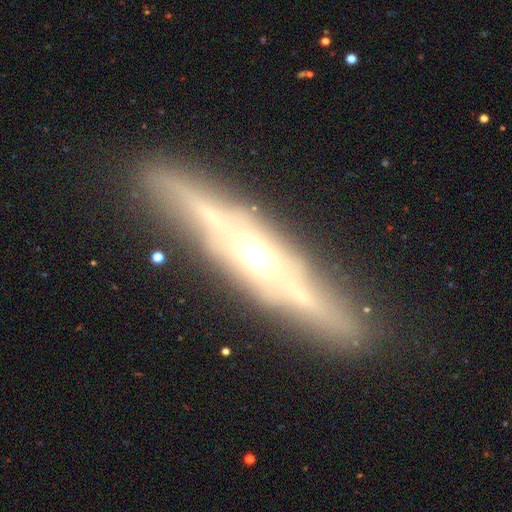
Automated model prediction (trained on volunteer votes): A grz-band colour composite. It shows a featured or disk galaxy (80%) viewed edge-on (88%) with a rounded central bulge (78%). Merging: none (84%).